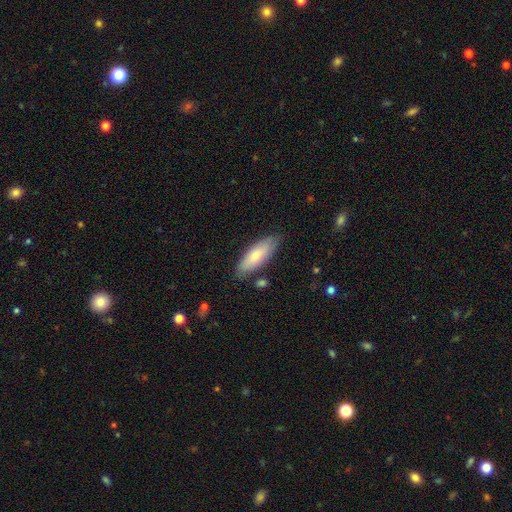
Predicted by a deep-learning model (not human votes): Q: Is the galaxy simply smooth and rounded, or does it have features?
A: smooth — 74%.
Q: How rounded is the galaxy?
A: in between — 63%.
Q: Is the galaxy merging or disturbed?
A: none — 79%.